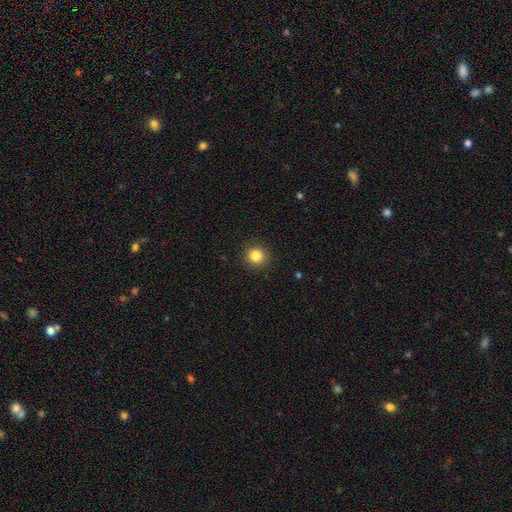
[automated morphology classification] smooth-or-featured: smooth: 84% | star or artifact: 11% | featured or disk: 5%
  how-rounded: round: 93% | in between: 6% | cigar-shaped: 1%
  merging: none: 91% | minor disturbance: 6% | major disturbance: 2% | merger: 1%